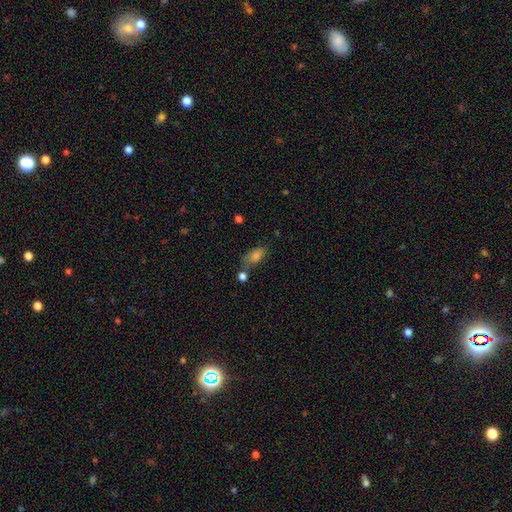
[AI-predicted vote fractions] Morphology: type=smooth (75%); roundness=in between (86%); merging=none (62%).